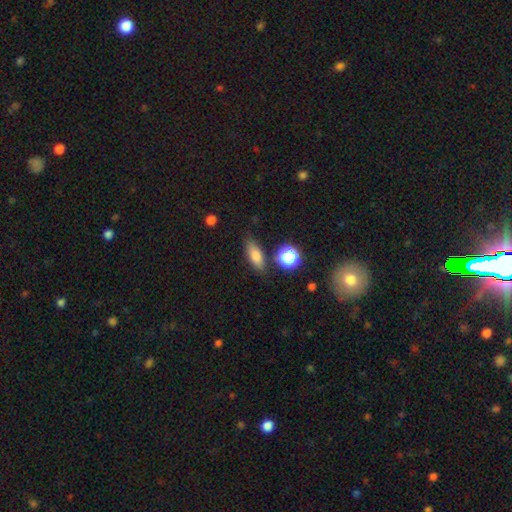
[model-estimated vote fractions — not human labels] Overall: smooth (79%). How rounded: in between (67%). Merging: none (78%).